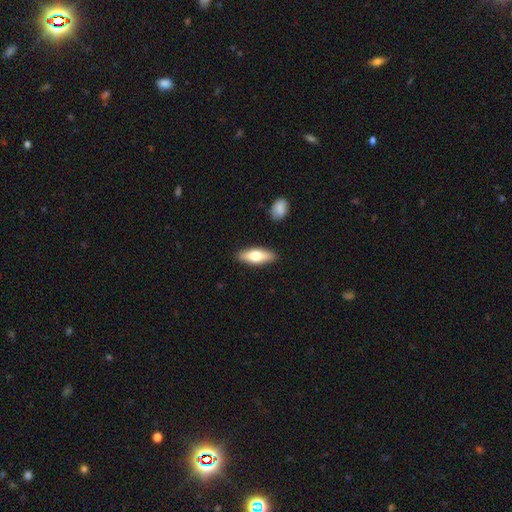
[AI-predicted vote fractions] Smooth or featured? smooth (66%)
How rounded? in between (64%)
Merging? none (88%)